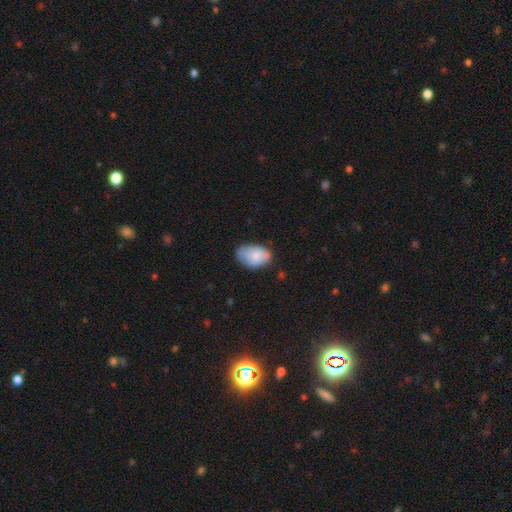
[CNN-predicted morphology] Smooth or featured? smooth (80%)
How rounded? in between (89%)
Merging? none (60%)